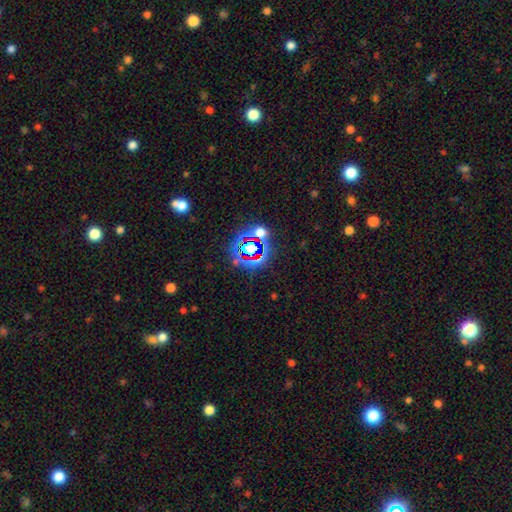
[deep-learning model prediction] Smooth or featured? Predicted: star or artifact (p=0.68).